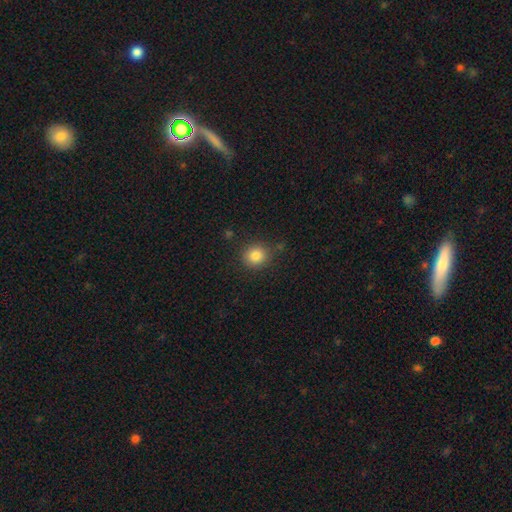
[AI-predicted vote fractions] A smooth galaxy with no disk features (83%) that is round (86%). Merging: none (83%).